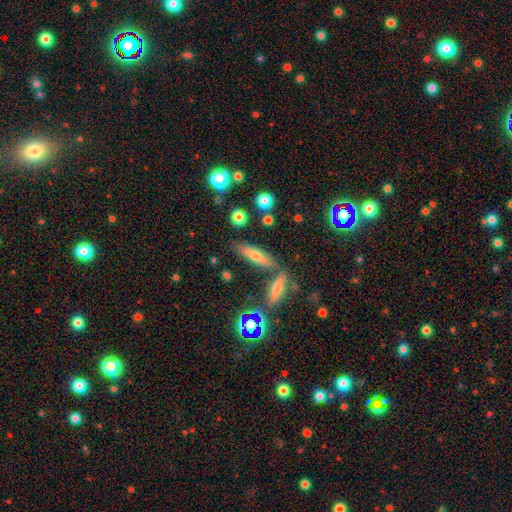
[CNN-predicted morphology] This appears to be a smooth galaxy with no disk features (57%) that is cigar-shaped (63%). Merging: none (71%).